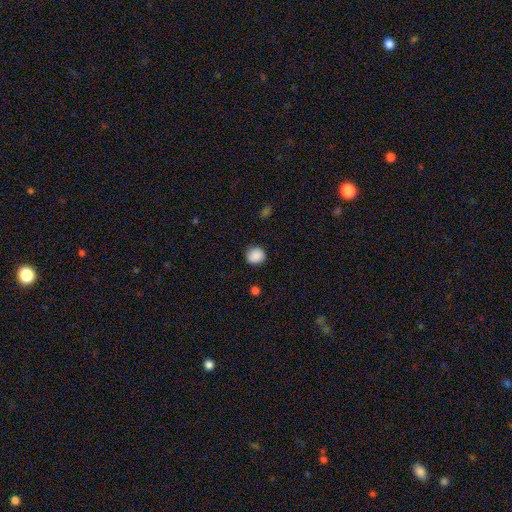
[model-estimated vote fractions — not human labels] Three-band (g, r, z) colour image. It shows a smooth galaxy with no disk features (89%) that is round (85%). Merging: none (88%).